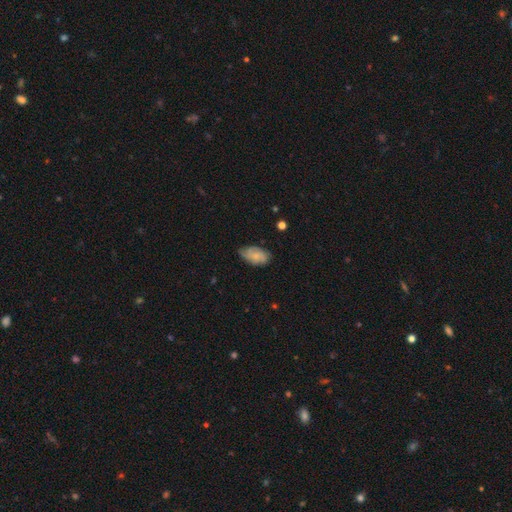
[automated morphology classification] A smooth galaxy with no disk features (52%) that is in between round and cigar-shaped (91%).

Vote fractions:
- Smooth or featured? smooth: 52% / featured or disk: 40% / star or artifact: 7%
- How rounded? in between: 91% / round: 6% / cigar-shaped: 3%
- Merging? none: 65% / minor disturbance: 28% / major disturbance: 6% / merger: 1%